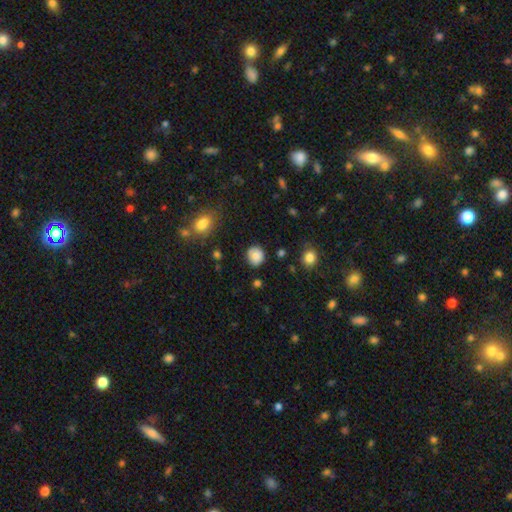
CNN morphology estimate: Smooth or featured: smooth — 81% (star or artifact — 10%)
How rounded: round — 82% (in between — 17%)
Merging: none — 83% (minor disturbance — 13%)